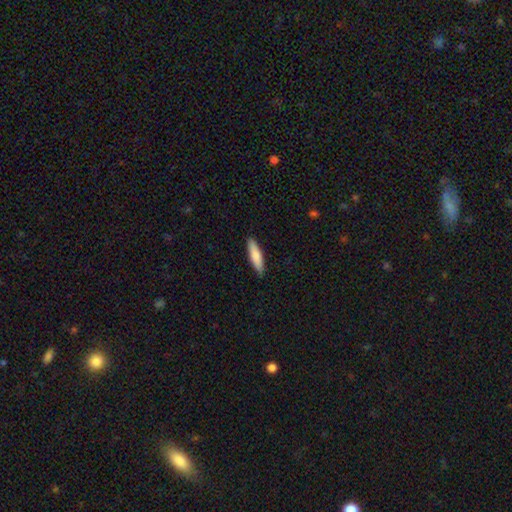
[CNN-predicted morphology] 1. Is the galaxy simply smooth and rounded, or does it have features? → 79% smooth, 16% featured or disk, 5% star or artifact.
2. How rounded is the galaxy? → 73% cigar-shaped, 26% in between, 1% round.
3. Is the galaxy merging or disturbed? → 88% none, 9% minor disturbance, 2% major disturbance, 1% merger.